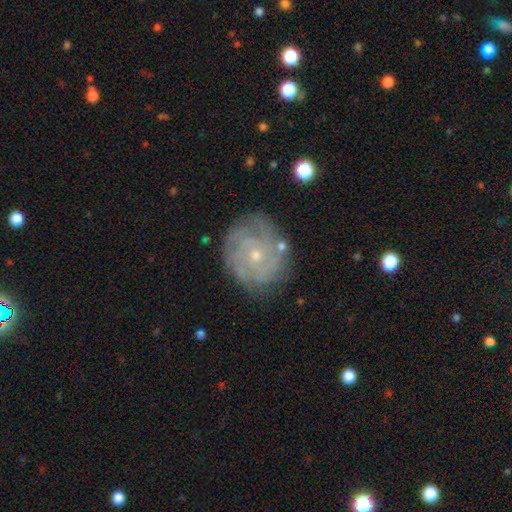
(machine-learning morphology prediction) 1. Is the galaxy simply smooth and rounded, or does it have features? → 78% featured or disk, 14% smooth, 7% star or artifact.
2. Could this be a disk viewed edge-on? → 97% no, 3% yes.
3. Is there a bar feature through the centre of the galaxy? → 78% no, 19% weak, 3% strong.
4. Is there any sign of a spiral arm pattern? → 90% yes, 10% no.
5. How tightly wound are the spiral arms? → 70% tight, 23% medium, 6% loose.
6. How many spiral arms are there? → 38% can't tell, 19% 3, 17% 2, 14% 4, 6% more than 4, 6% 1.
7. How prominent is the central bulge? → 71% small, 25% moderate, 2% none, 1% large, 1% dominant.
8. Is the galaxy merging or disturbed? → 76% none, 16% minor disturbance, 6% major disturbance, 2% merger.